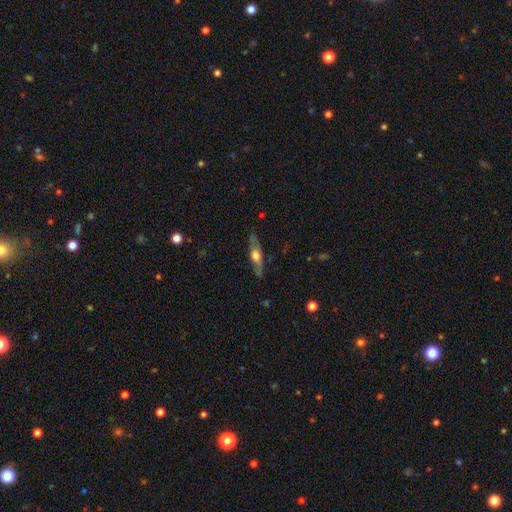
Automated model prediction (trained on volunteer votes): Smooth or featured? featured or disk (58%)
Edge-on disk? yes (80%)
Merging? none (80%)